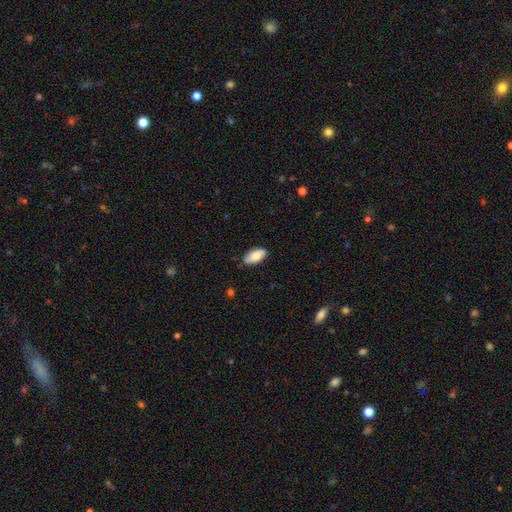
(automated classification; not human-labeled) smooth-or-featured: smooth: 81% | featured or disk: 13% | star or artifact: 6%
  how-rounded: in between: 92% | cigar-shaped: 5% | round: 2%
  merging: none: 81% | minor disturbance: 16% | major disturbance: 2% | merger: 1%